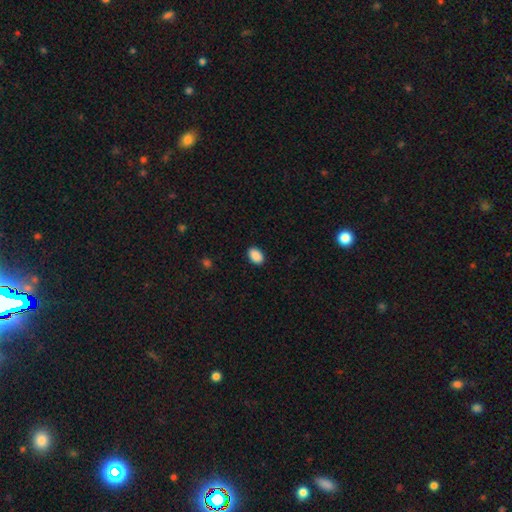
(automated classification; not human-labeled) A smooth galaxy with no disk features (90%) that is in between round and cigar-shaped (86%). Merging: none (89%).